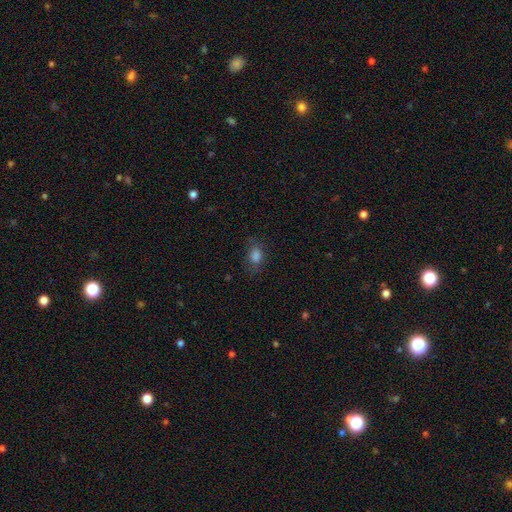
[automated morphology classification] A smooth galaxy with no disk features (79%) that is in between round and cigar-shaped (68%).

Vote fractions:
- Smooth or featured? smooth: 79% / star or artifact: 12% / featured or disk: 8%
- How rounded? in between: 68% / round: 30% / cigar-shaped: 2%
- Merging? none: 74% / minor disturbance: 18% / major disturbance: 7% / merger: 1%